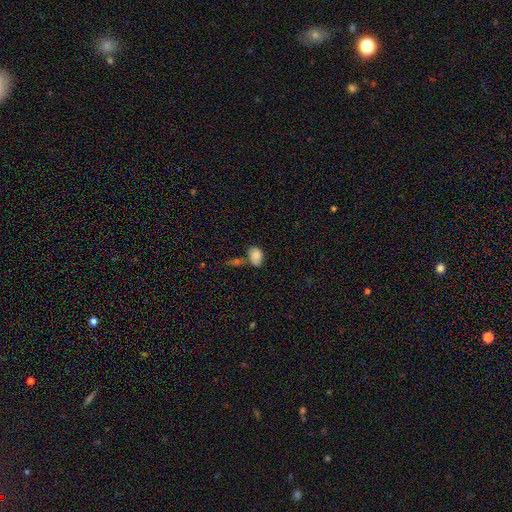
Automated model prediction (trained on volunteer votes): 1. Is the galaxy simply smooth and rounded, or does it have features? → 84% smooth, 8% star or artifact, 8% featured or disk.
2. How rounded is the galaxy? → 80% in between, 19% round, 1% cigar-shaped.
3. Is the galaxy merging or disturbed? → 51% none, 24% merger, 20% minor disturbance, 6% major disturbance.